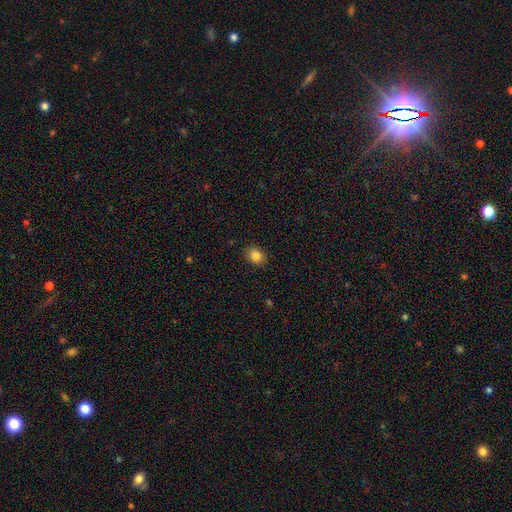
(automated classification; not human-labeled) The model was most divided on "how rounded": in between: 54%, round: 45%, cigar-shaped: 1%. More confident: merging — none (89%); smooth or featured — smooth (84%).